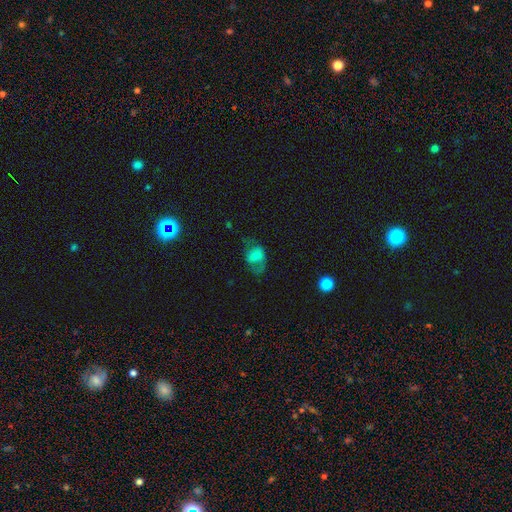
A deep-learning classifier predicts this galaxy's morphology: The model was most divided on "smooth or featured": smooth: 51%, featured or disk: 39%, star or artifact: 10%. Remaining: how rounded — in between (67%); merging — none (43%).